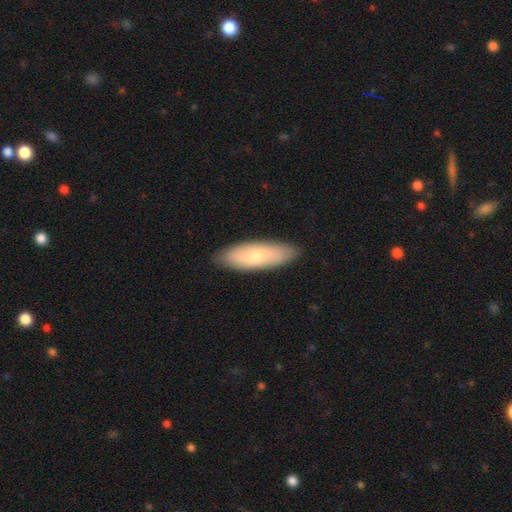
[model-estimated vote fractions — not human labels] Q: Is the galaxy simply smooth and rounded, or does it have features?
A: smooth — 63%.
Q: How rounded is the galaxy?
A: in between — 62%.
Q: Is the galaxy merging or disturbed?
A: none — 87%.